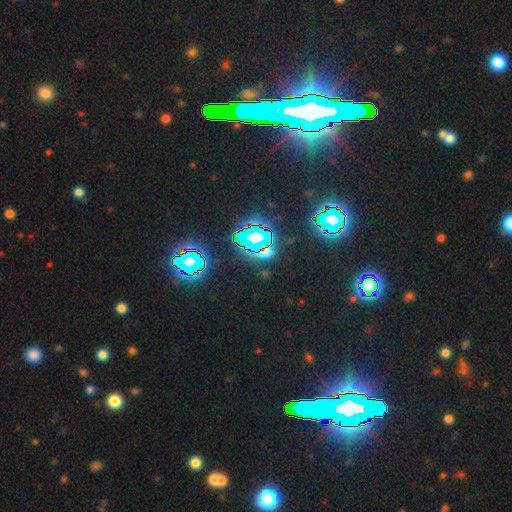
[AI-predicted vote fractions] Smooth or featured: star or artifact — 82% (featured or disk — 9%)